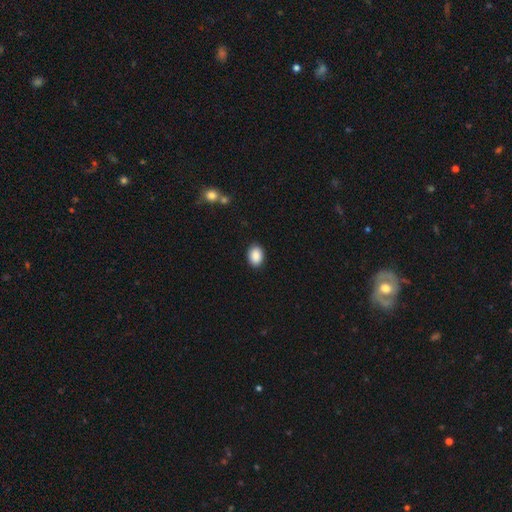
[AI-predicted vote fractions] Morphology: type=smooth (89%); roundness=in between (77%); merging=none (89%).